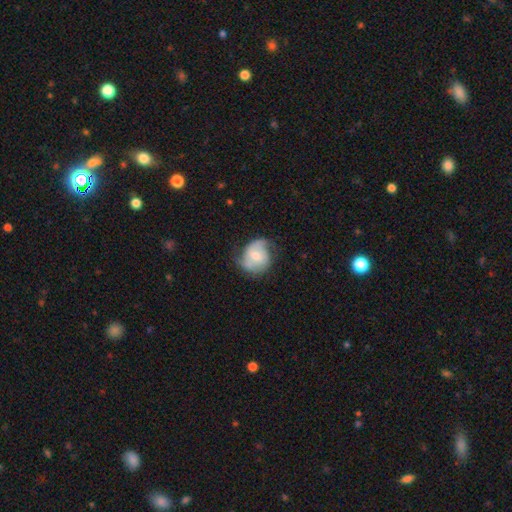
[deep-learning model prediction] This is likely a featured or disk galaxy (61%). It is clearly not viewed edge-on (97%). Bar: possibly no (50%). Spiral arm pattern: clearly yes (86%). Spiral arm count: likely 2 (65%). Spiral winding: marginally medium (43%). Central bulge: possibly moderate (51%). Merging: possibly none (53%).